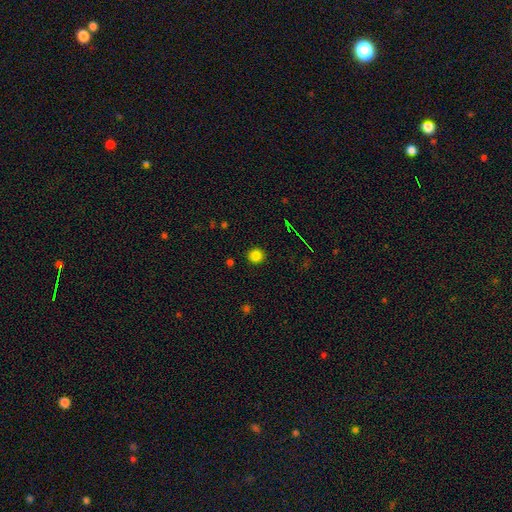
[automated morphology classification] Smooth or featured? Predicted: smooth (p=0.82). How rounded? Predicted: round (p=0.92). Merging? Predicted: none (p=0.91).